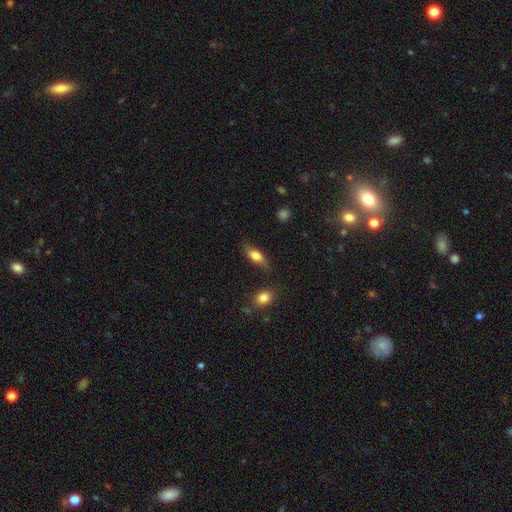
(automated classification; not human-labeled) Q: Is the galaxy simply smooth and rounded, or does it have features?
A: smooth — 69%.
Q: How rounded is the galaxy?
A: in between — 71%.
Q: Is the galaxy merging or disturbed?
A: none — 73%.